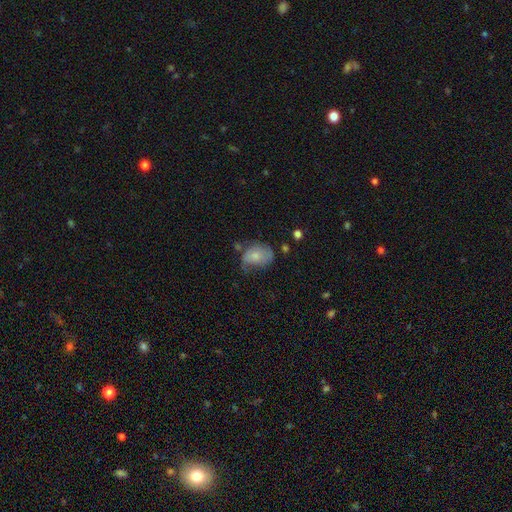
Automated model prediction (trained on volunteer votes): Smooth or featured?
  - smooth: 56% *
  - featured or disk: 36%
  - star or artifact: 8%
How rounded?
  - in between: 67% *
  - round: 32%
  - cigar-shaped: 1%
Merging?
  - minor disturbance: 35% *
  - none: 34%
  - major disturbance: 25%
  - merger: 5%